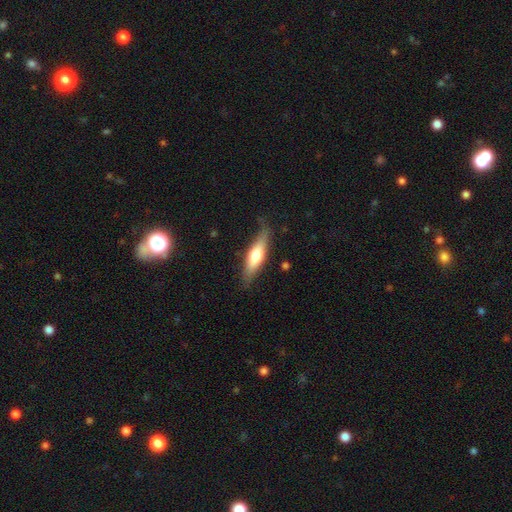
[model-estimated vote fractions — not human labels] Smooth or featured? smooth (50%)
How rounded? cigar-shaped (67%)
Merging? none (76%)